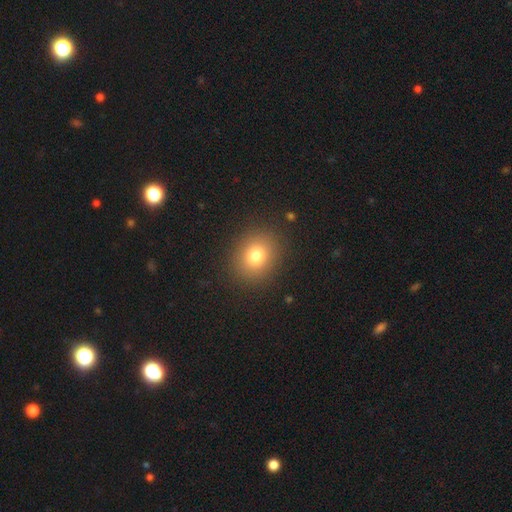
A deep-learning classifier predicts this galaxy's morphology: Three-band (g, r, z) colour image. It shows a smooth galaxy with no disk features (78%) that is round (68%). Merging: none (89%).